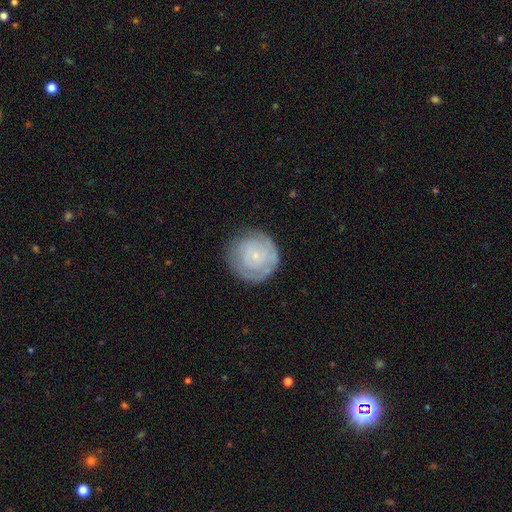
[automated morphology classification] This appears to be a featured or disk galaxy (52%) with no bar (84%), spiral arms (72%) and a small central bulge (82%). Merging: none (75%).